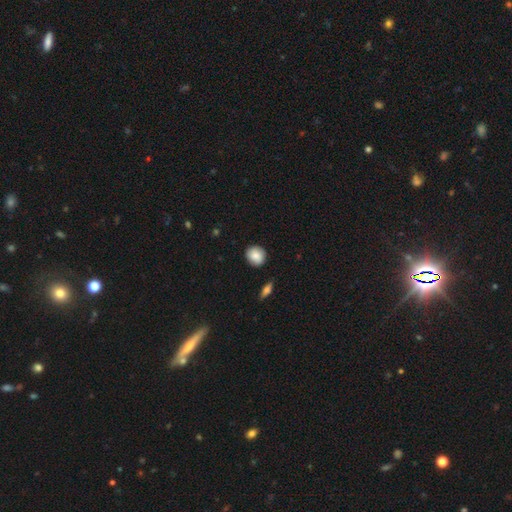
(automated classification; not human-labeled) Q: Smooth or featured?
A: smooth (85%); runner-up: featured or disk (8%)
Q: How rounded?
A: round (81%); runner-up: in between (18%)
Q: Merging?
A: none (86%); runner-up: minor disturbance (11%)